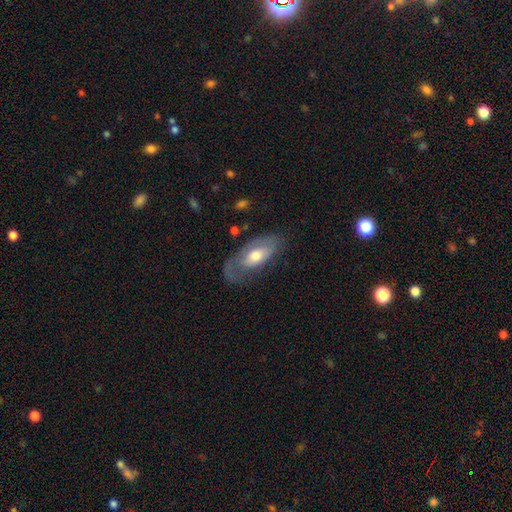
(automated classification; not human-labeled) The model was most divided on "smooth or featured": featured or disk: 51%, smooth: 43%, star or artifact: 6%. Remaining: edge-on disk — no (84%); merging — none (50%).